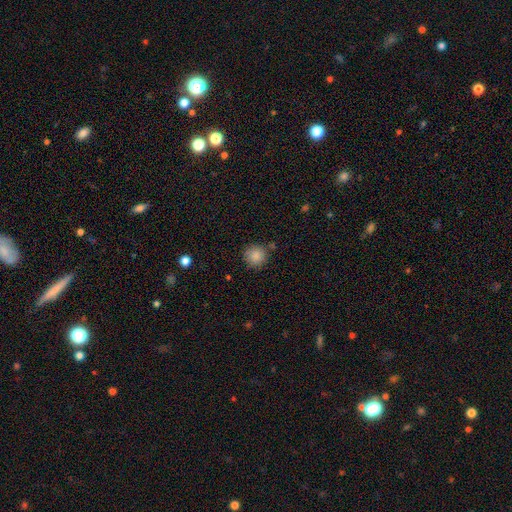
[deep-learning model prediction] A smooth galaxy with no disk features (87%) that is round (93%). Merging: none (83%).